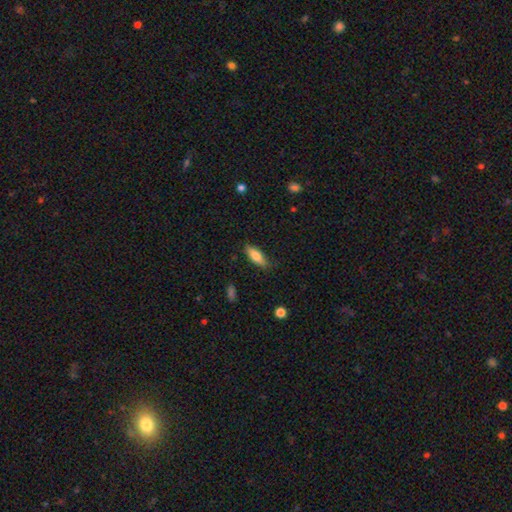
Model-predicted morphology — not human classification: Smooth or featured? Predicted: smooth (p=0.76). How rounded? Predicted: in between (p=0.60). Merging? Predicted: none (p=0.79).